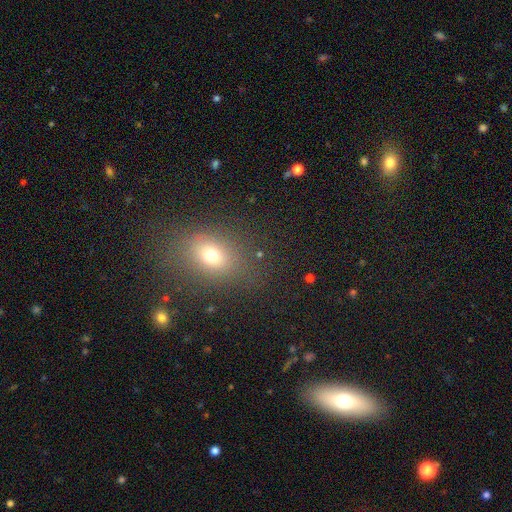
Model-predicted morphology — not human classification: This is likely a smooth galaxy (61%). How rounded: likely in between (66%). Merging: clearly none (84%).